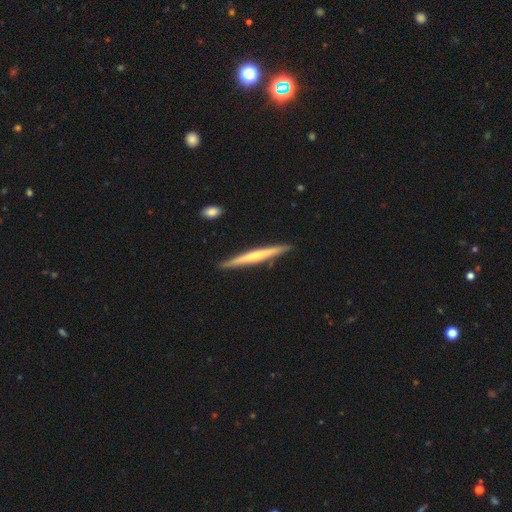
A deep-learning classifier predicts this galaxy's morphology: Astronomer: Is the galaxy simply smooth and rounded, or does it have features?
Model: featured or disk — 60% (runner-up: smooth, 35%).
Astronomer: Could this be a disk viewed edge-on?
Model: yes — 97%.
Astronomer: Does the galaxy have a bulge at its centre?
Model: none — 48% (runner-up: rounded, 43%).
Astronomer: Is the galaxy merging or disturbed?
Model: none — 89%.